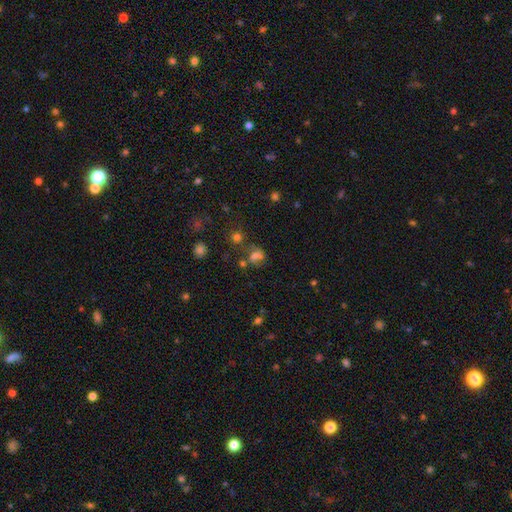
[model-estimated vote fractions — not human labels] The model was most divided on "smooth or featured": smooth: 48%, featured or disk: 30%, star or artifact: 22%. Remaining: merging — none (48%).